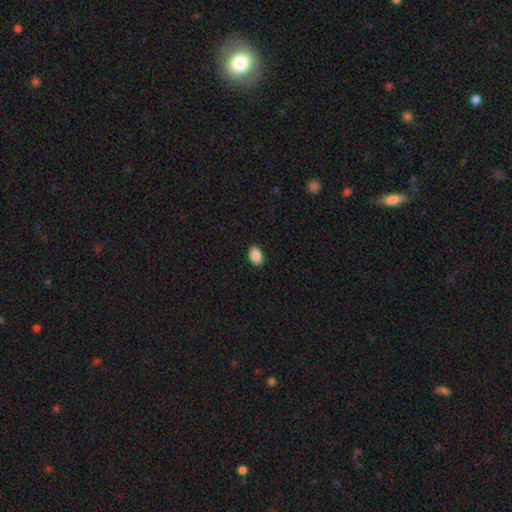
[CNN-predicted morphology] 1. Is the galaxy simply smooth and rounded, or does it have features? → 89% smooth, 8% star or artifact, 4% featured or disk.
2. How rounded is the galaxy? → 90% in between, 8% round, 1% cigar-shaped.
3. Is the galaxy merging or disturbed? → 90% none, 7% minor disturbance, 2% major disturbance, 1% merger.